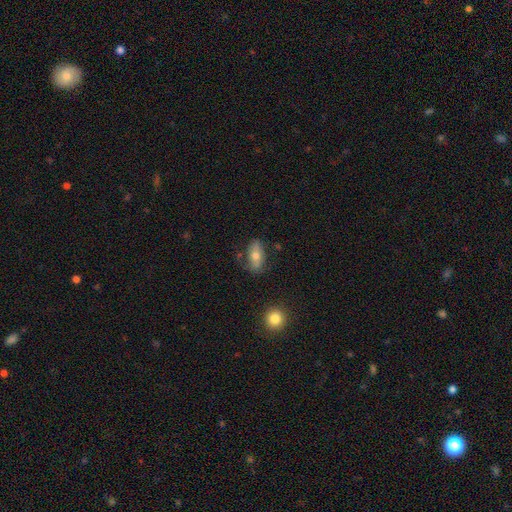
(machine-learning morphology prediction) smooth_or_featured: smooth (p=0.60) [alt: featured or disk p=0.31]
how_rounded: in between (p=0.85) [alt: cigar-shaped p=0.09]
merging: none (p=0.64) [alt: minor disturbance p=0.23]